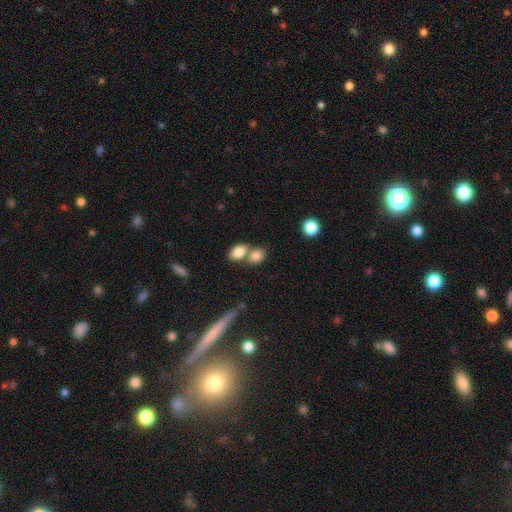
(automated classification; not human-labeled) Smooth or featured: smooth — 82% (star or artifact — 9%)
How rounded: in between — 55% (round — 43%)
Merging: merger — 48% (none — 40%)